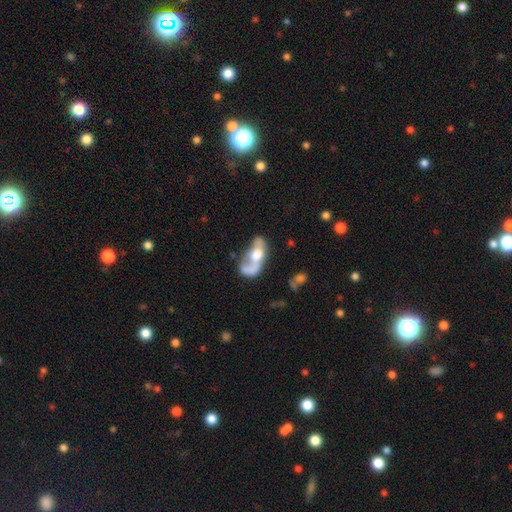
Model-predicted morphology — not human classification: smooth-or-featured: featured or disk: 55% | smooth: 36% | star or artifact: 8%
  disk-edge-on: no: 91% | yes: 9%
    bar: no: 77% | weak: 17% | strong: 6%
    has-spiral-arms: no: 57% | yes: 43%
    bulge-size: moderate: 42% | large: 39% | small: 8% | none: 6% | dominant: 4%
  merging: major disturbance: 35% | none: 26% | merger: 22% | minor disturbance: 17%